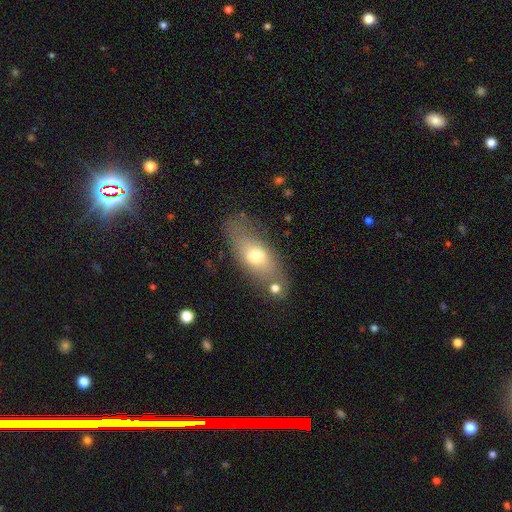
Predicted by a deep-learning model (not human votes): Smooth or featured? Predicted: smooth (p=0.63). How rounded? Predicted: in between (p=0.74). Merging? Predicted: none (p=0.65).